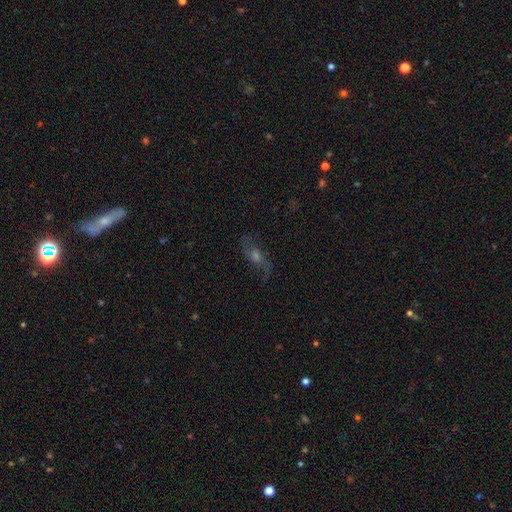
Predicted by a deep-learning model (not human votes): Morphology: type=featured or disk (63%); edge-on=no (86%); bar=no (63%); spiral arms=yes (89%); bulge=moderate (54%); merging=none (72%).